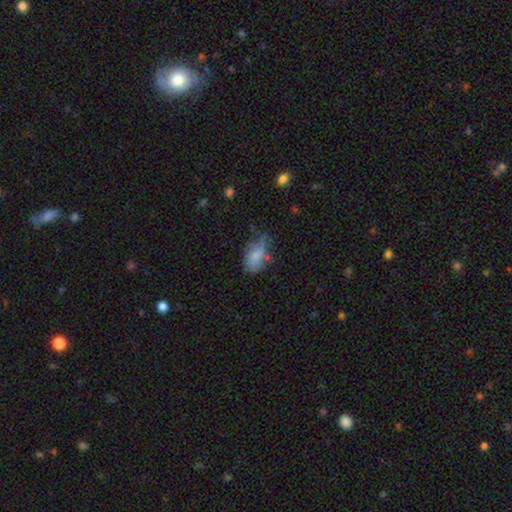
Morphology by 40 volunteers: Smooth or featured? smooth (75%)
How rounded? in between (97%)
Merging? minor disturbance (43%)